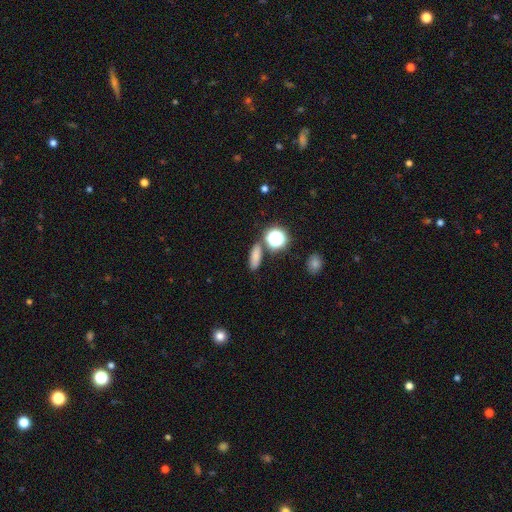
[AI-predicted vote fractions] Morphology: type=smooth (74%); roundness=in between (52%); merging=none (78%).